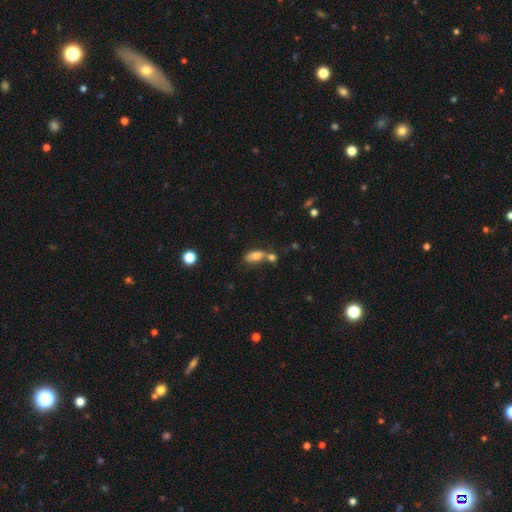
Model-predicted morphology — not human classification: smooth_or_featured: smooth (p=0.79) [alt: featured or disk p=0.11]
how_rounded: in between (p=0.85) [alt: cigar-shaped p=0.10]
merging: none (p=0.44) [alt: merger p=0.36]